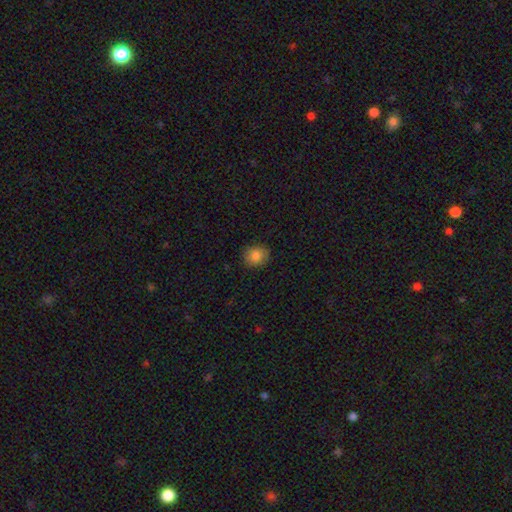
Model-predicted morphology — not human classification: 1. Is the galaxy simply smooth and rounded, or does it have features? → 84% smooth, 10% star or artifact, 6% featured or disk.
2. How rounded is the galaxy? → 74% round, 25% in between, 1% cigar-shaped.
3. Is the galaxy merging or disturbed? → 87% none, 9% minor disturbance, 2% major disturbance, 1% merger.